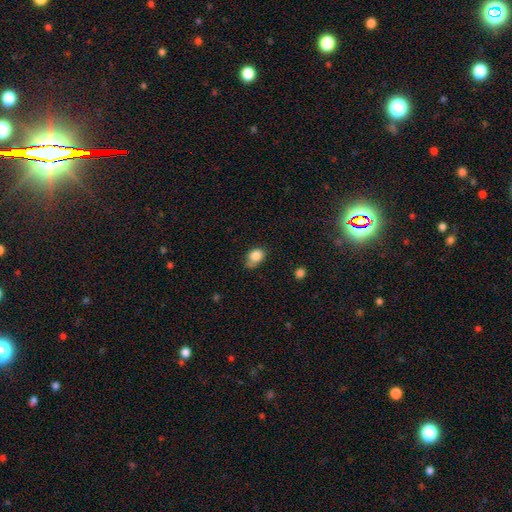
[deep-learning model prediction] Smooth or featured: smooth — 84% (star or artifact — 9%)
How rounded: in between — 68% (round — 31%)
Merging: none — 49% (minor disturbance — 38%)